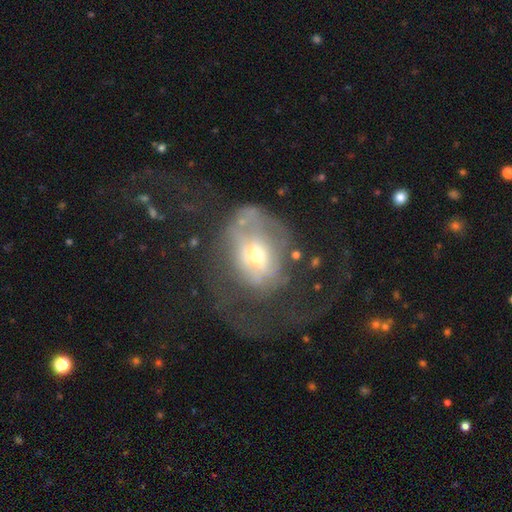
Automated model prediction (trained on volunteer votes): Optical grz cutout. It shows a featured or disk galaxy (55%) with no bar (70%), no spiral arms (66%) and a moderate central bulge (49%). Merging: major disturbance (60%).